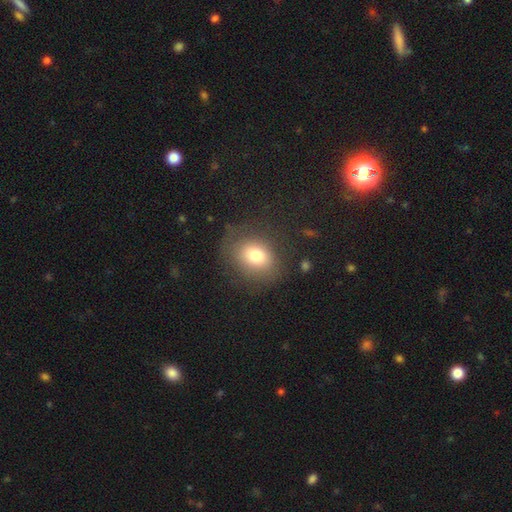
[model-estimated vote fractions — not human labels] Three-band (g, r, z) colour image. It shows a smooth galaxy with no disk features (76%) that is round (53%). Merging: none (73%).